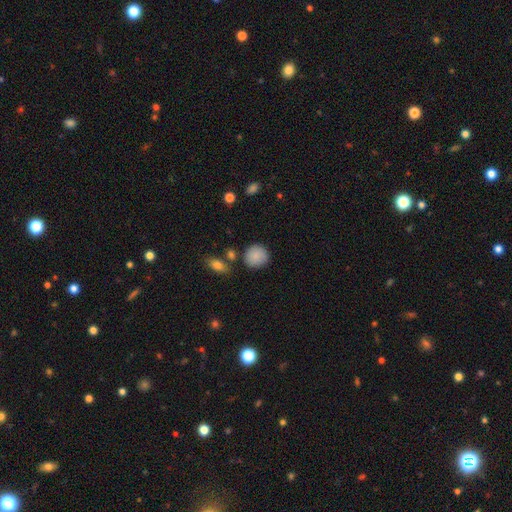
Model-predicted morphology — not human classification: Overall: smooth (87%). How rounded: round (87%). Merging: none (79%).